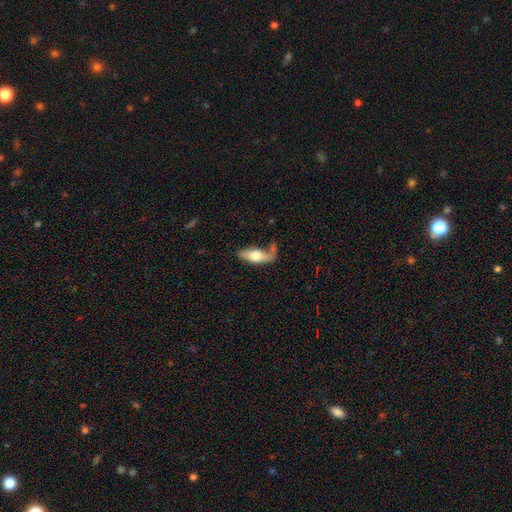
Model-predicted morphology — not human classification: Smooth or featured: smooth — 60% (featured or disk — 34%)
How rounded: in between — 62% (cigar-shaped — 34%)
Merging: none — 45% (minor disturbance — 25%)